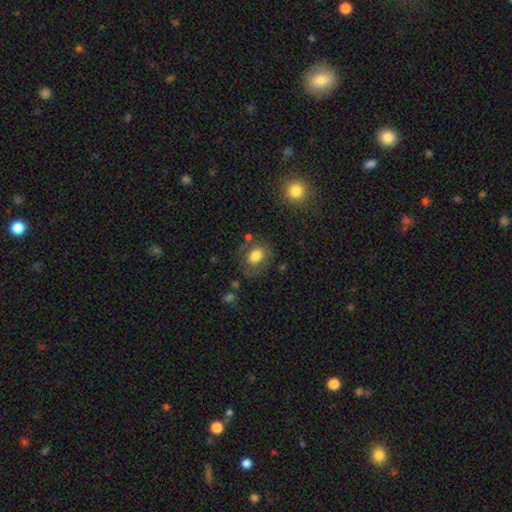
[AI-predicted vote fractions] smooth-or-featured: smooth: 69% | featured or disk: 22% | star or artifact: 9%
  how-rounded: in between: 57% | round: 42% | cigar-shaped: 1%
  merging: none: 67% | minor disturbance: 19% | major disturbance: 10% | merger: 4%